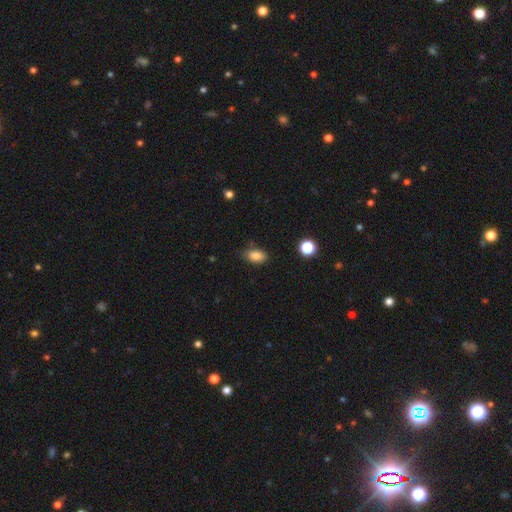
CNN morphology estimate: Smooth or featured? smooth (85%)
How rounded? in between (88%)
Merging? none (77%)